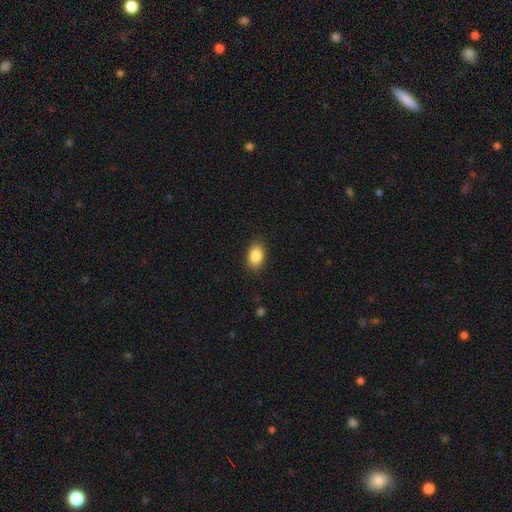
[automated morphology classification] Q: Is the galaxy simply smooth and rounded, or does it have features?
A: smooth — 87%.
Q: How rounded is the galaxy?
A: in between — 86%.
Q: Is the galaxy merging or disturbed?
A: none — 87%.